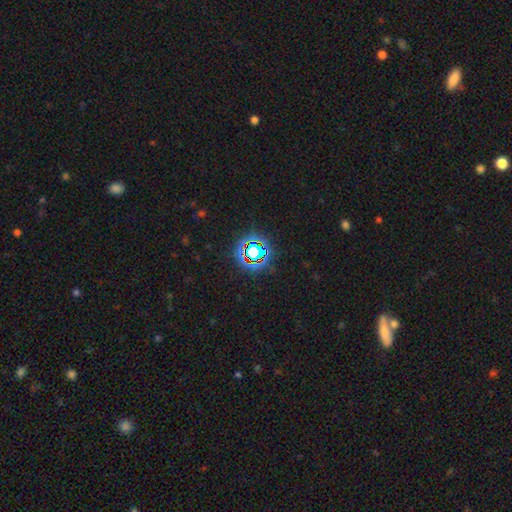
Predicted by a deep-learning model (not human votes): The model was most divided on "smooth or featured": star or artifact: 72%, smooth: 18%, featured or disk: 10%.